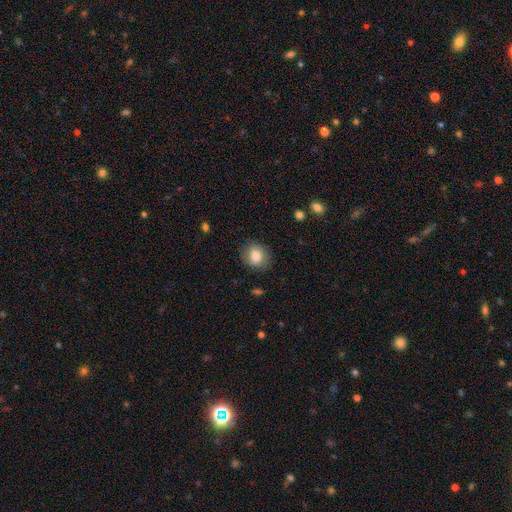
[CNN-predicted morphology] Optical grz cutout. It shows a smooth galaxy with no disk features (81%) that is round (64%). Merging: none (80%).